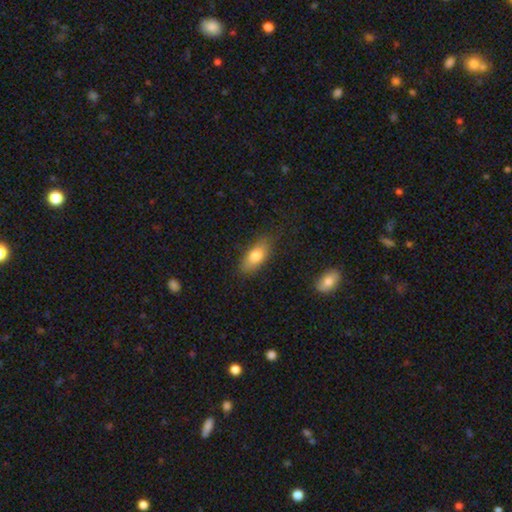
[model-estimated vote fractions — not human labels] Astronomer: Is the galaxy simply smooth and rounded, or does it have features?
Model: smooth — 77%.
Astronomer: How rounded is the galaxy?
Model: in between — 84%.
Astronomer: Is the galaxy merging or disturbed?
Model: none — 79%.